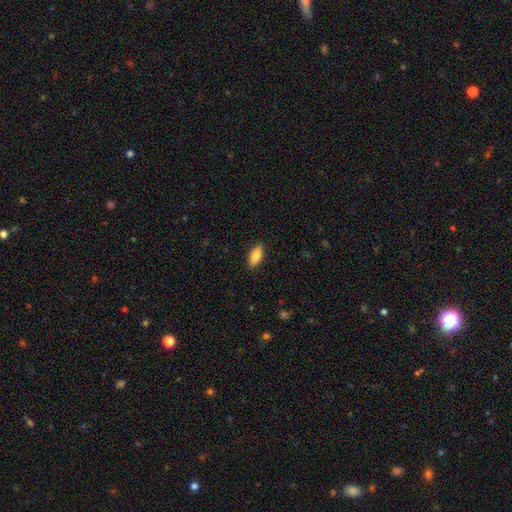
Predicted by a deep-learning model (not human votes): smooth-or-featured: smooth: 83% | featured or disk: 10% | star or artifact: 7%
  how-rounded: in between: 85% | cigar-shaped: 12% | round: 2%
  merging: none: 89% | minor disturbance: 8% | major disturbance: 2% | merger: 1%